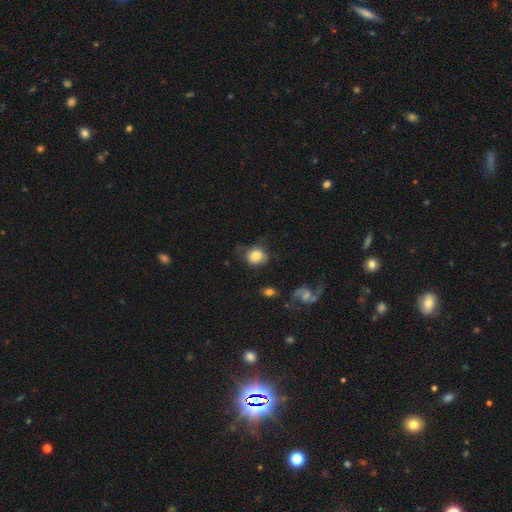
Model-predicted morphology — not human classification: Q: Smooth or featured?
A: smooth (77%); runner-up: featured or disk (15%)
Q: How rounded?
A: round (75%); runner-up: in between (24%)
Q: Merging?
A: none (58%); runner-up: minor disturbance (28%)